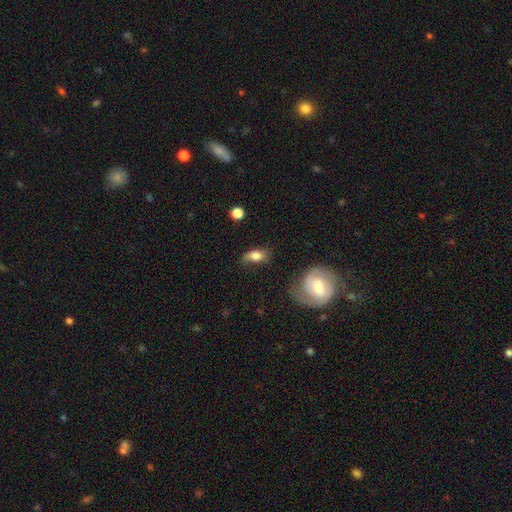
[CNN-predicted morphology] smooth-or-featured: smooth: 76% | featured or disk: 16% | star or artifact: 8%
  how-rounded: in between: 85% | round: 8% | cigar-shaped: 7%
  merging: none: 58% | minor disturbance: 27% | major disturbance: 11% | merger: 3%